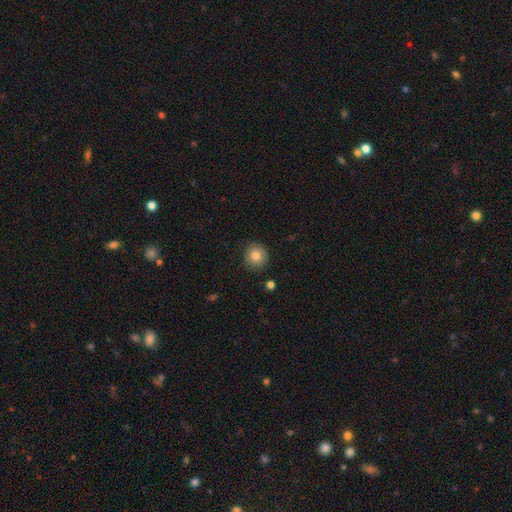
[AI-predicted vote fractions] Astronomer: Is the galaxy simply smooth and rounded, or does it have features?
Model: smooth — 81%.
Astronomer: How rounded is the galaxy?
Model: round — 92%.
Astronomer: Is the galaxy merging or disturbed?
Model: none — 90%.